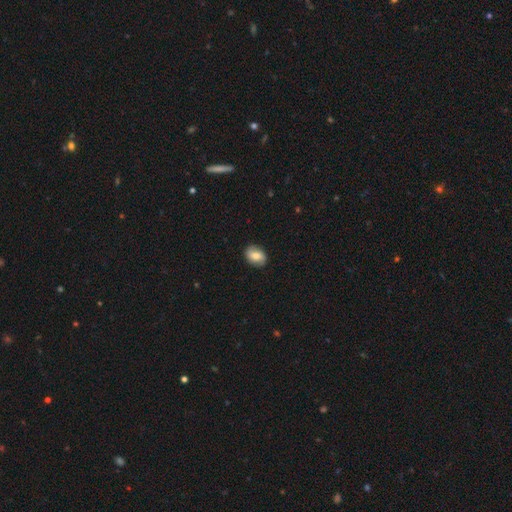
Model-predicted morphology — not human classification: Smooth or featured?
  - smooth: 68% *
  - featured or disk: 25%
  - star or artifact: 8%
How rounded?
  - in between: 74% *
  - round: 25%
  - cigar-shaped: 1%
Merging?
  - none: 85% *
  - minor disturbance: 12%
  - major disturbance: 3%
  - merger: 1%